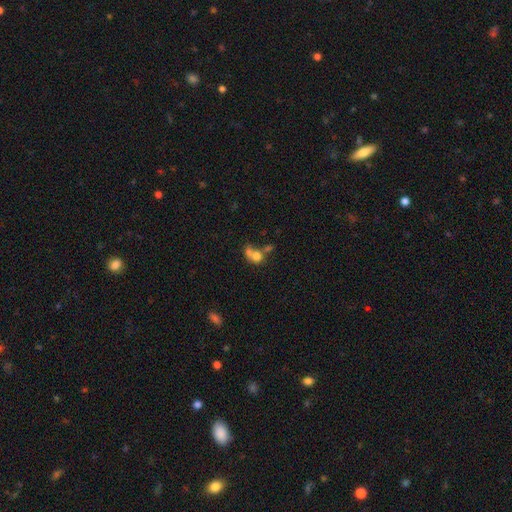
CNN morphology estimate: smooth 68%, featured or disk 19%, star or artifact 13%. Down the decision tree: how rounded — round (68%); merging — merger (60%).